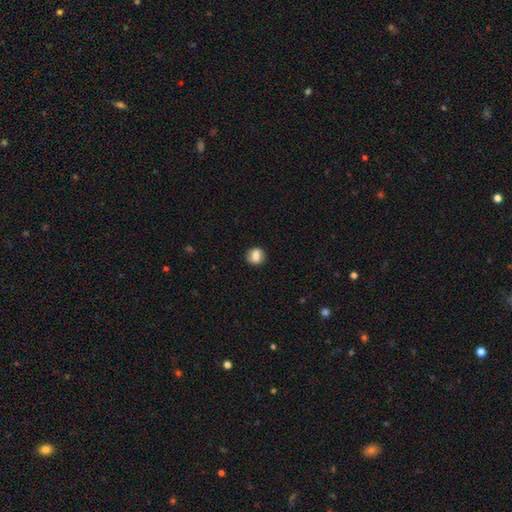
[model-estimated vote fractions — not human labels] Overall: smooth (75%). How rounded: round (71%). Merging: none (83%).